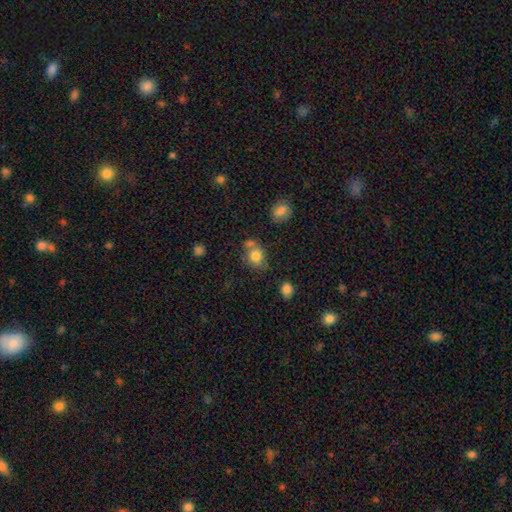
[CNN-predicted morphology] smooth 79%, featured or disk 11%, star or artifact 10%. Down the decision tree: how rounded — round (52%); merging — none (51%).